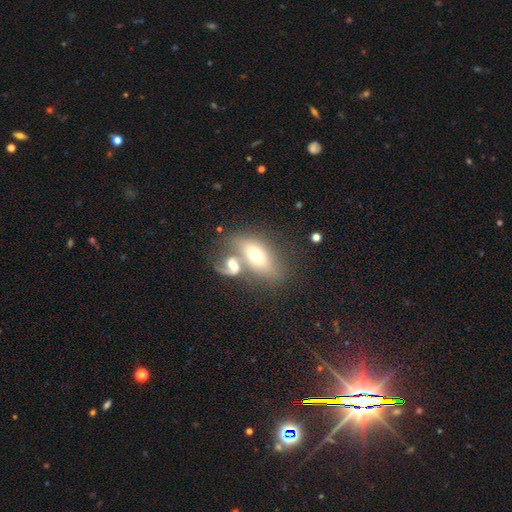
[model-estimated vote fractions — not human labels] Smooth or featured: smooth — 54% (featured or disk — 37%)
How rounded: in between — 82% (round — 11%)
Merging: merger — 51% (none — 30%)